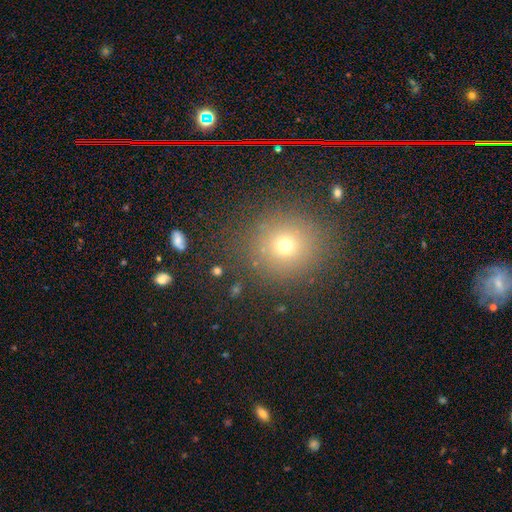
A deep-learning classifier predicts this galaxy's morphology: type=smooth (51%); roundness=round (89%); merging=none (89%).